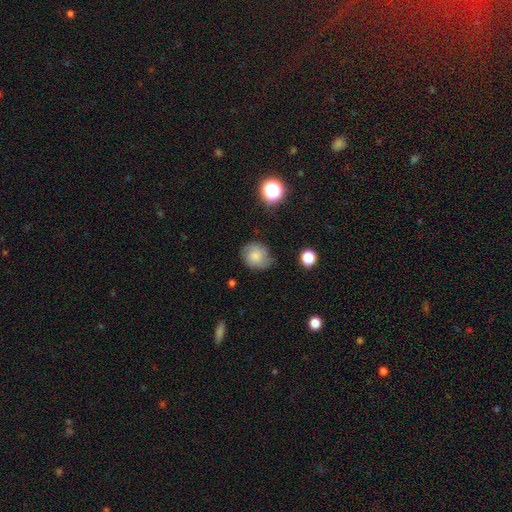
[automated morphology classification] smooth-or-featured: smooth: 55% | featured or disk: 34% | star or artifact: 11%
  how-rounded: round: 71% | in between: 28% | cigar-shaped: 1%
  merging: none: 69% | minor disturbance: 22% | major disturbance: 7% | merger: 2%